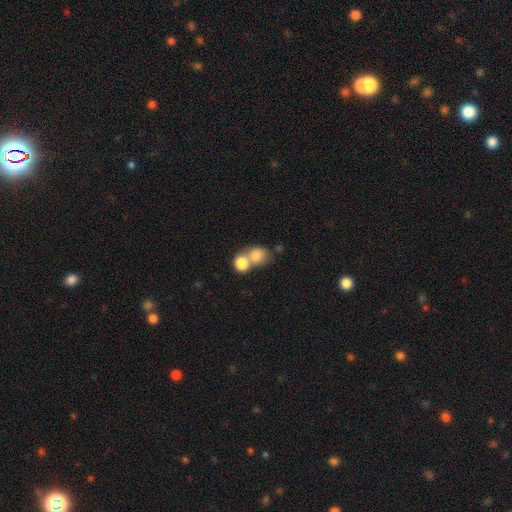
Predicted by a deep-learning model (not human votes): smooth-or-featured: smooth: 81% | featured or disk: 10% | star or artifact: 9%
  how-rounded: round: 67% | in between: 32% | cigar-shaped: 1%
  merging: merger: 59% | none: 30% | minor disturbance: 7% | major disturbance: 4%